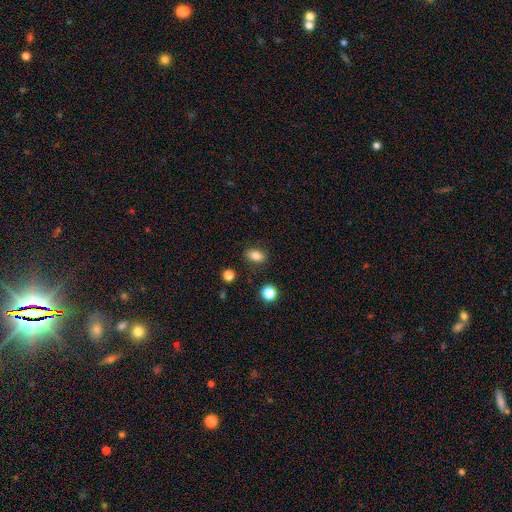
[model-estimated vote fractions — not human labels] Smooth or featured? smooth (81%)
How rounded? in between (79%)
Merging? none (85%)